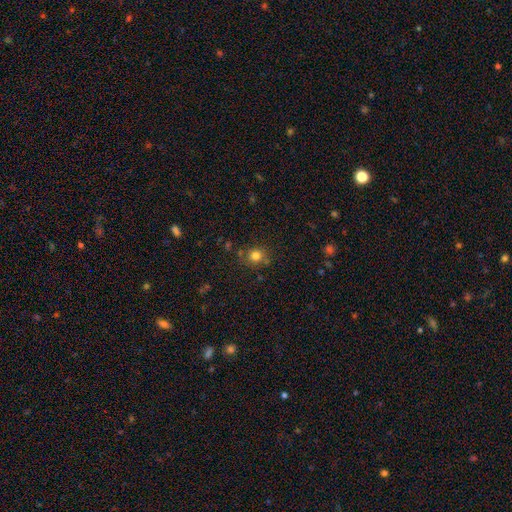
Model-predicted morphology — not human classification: A smooth galaxy with no disk features (79%) that is round (84%). Merging: none (77%).